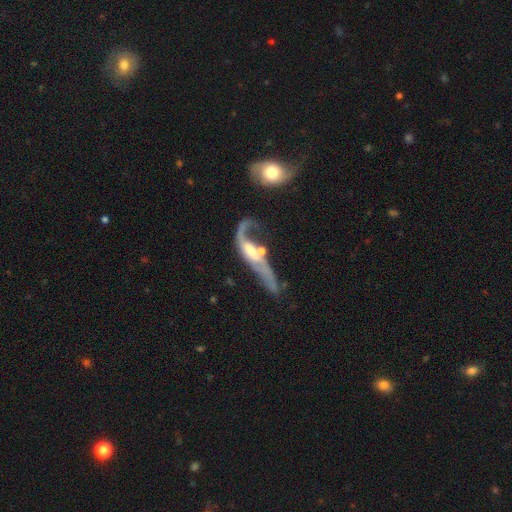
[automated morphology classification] featured or disk 75%, smooth 18%, star or artifact 8%. Down the decision tree: edge-on disk — no (74%); bar — no (50%); spiral arms — yes (74%); bulge size — moderate (43%); merging — major disturbance (33%).